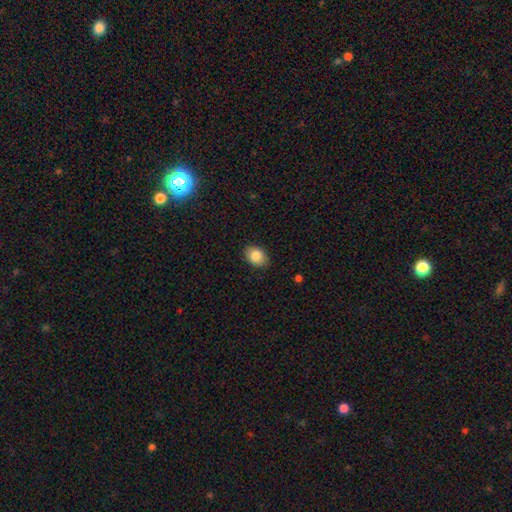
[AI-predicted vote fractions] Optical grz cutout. It shows a smooth galaxy with no disk features (85%) that is in between round and cigar-shaped (73%). Merging: none (88%).